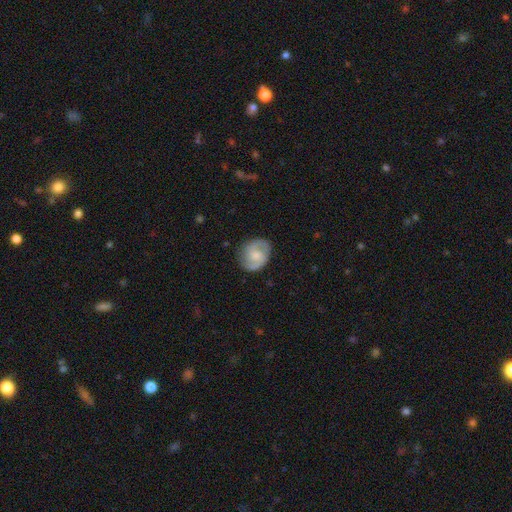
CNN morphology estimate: Overall: featured or disk (73%). Edge-on disk: no (98%). Bar: no (49%; weak 44%). Spiral arms: yes (94%). Spiral arm count: 2 (89%). Spiral winding: medium (53%; tight 27%). Bulge size: moderate (45%; small 40%). Merging: none (82%).